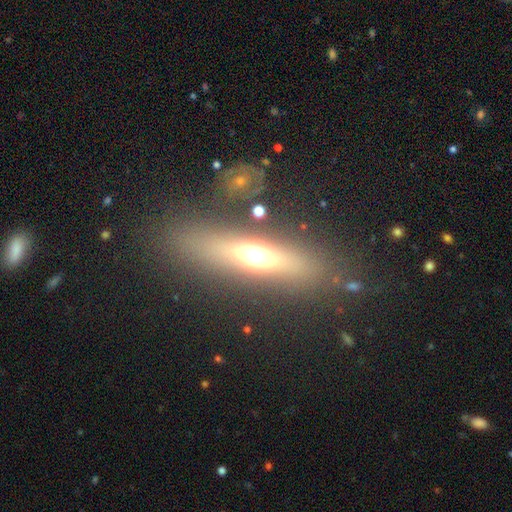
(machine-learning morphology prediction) Q: Smooth or featured?
A: smooth (46%); runner-up: featured or disk (40%)
Q: Merging?
A: none (80%); runner-up: minor disturbance (10%)